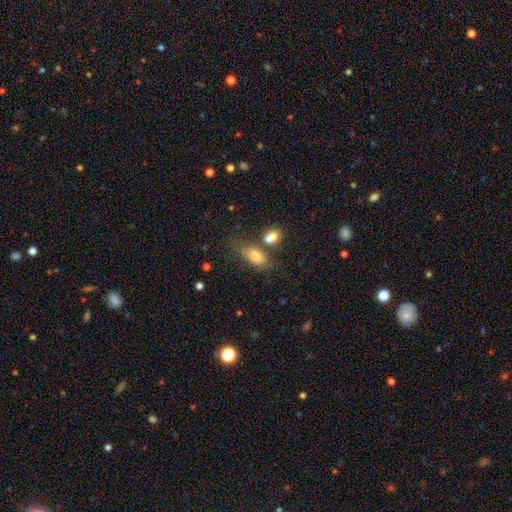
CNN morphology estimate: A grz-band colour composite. It shows a smooth galaxy with no disk features (77%) that is in between round and cigar-shaped (85%). Merging: none (58%).